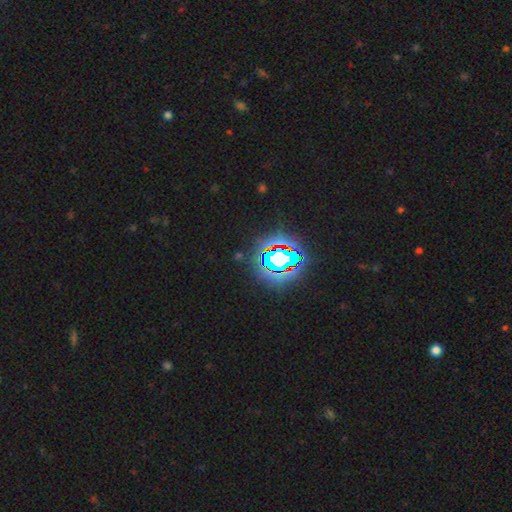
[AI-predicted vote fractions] The model was most divided on "smooth or featured": star or artifact: 80%, smooth: 12%, featured or disk: 8%.